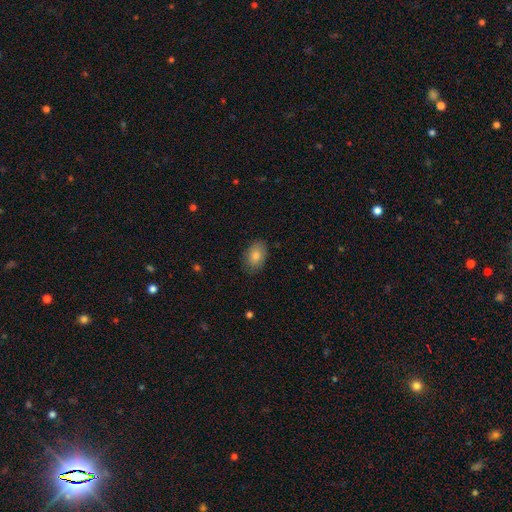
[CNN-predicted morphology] Smooth or featured: smooth — 83% (featured or disk — 10%)
How rounded: in between — 85% (round — 14%)
Merging: none — 83% (minor disturbance — 13%)